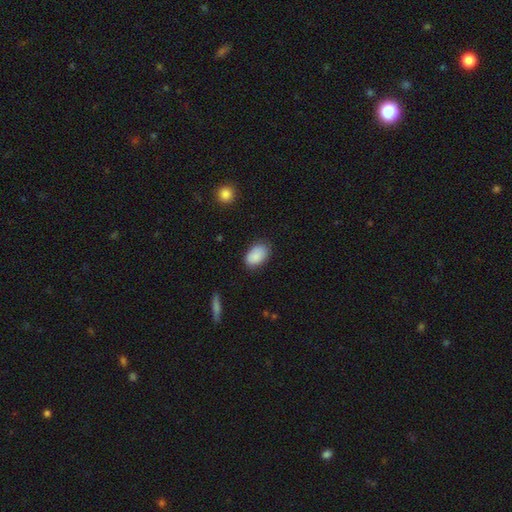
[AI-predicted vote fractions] This is clearly a smooth galaxy (87%). How rounded: clearly in between (90%). Merging: likely none (77%).